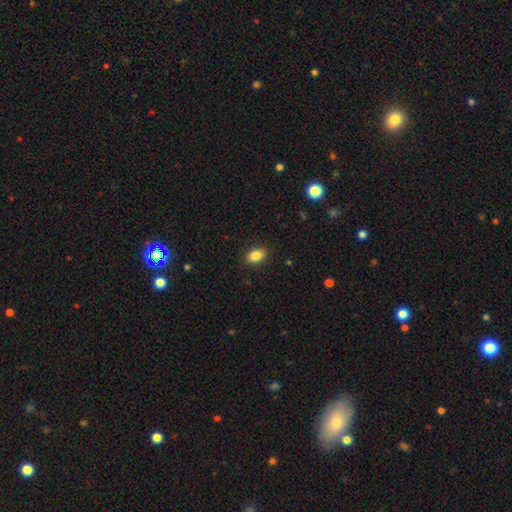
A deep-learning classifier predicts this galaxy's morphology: This is clearly a smooth galaxy (86%). How rounded: likely in between (78%). Merging: clearly none (89%).